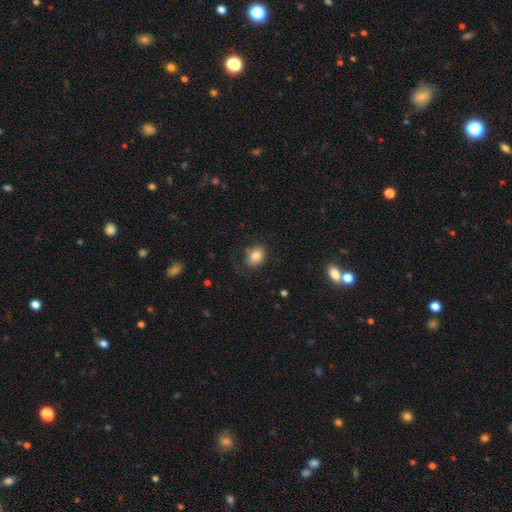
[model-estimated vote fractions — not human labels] smooth-or-featured: smooth: 84% | star or artifact: 9% | featured or disk: 7%
  how-rounded: in between: 58% | round: 41% | cigar-shaped: 1%
  merging: none: 76% | minor disturbance: 17% | major disturbance: 6% | merger: 2%